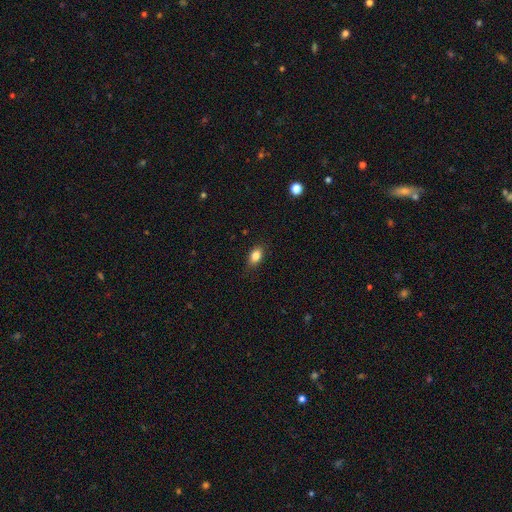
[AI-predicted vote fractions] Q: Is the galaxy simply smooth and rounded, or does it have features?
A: smooth — 84%.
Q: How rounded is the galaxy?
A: in between — 82%.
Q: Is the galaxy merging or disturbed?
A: none — 84%.